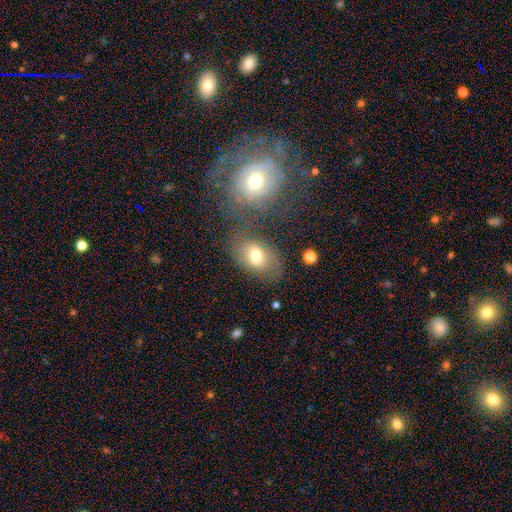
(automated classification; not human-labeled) Overall: smooth (68%). How rounded: in between (82%). Merging: none (62%).